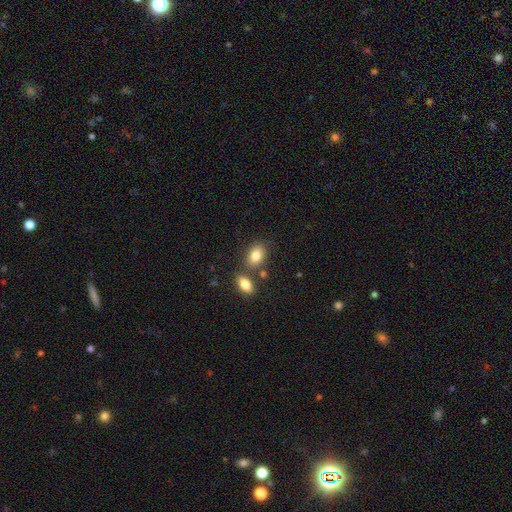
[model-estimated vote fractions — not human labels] Overall: smooth (82%). How rounded: in between (82%). Merging: none (67%).